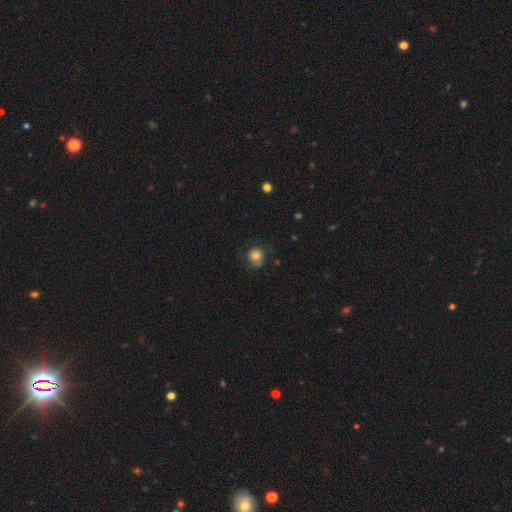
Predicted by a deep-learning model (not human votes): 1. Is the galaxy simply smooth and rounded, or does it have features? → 69% smooth, 22% featured or disk, 9% star or artifact.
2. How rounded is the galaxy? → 81% round, 18% in between, 1% cigar-shaped.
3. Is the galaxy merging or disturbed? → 60% none, 24% minor disturbance, 15% major disturbance, 1% merger.